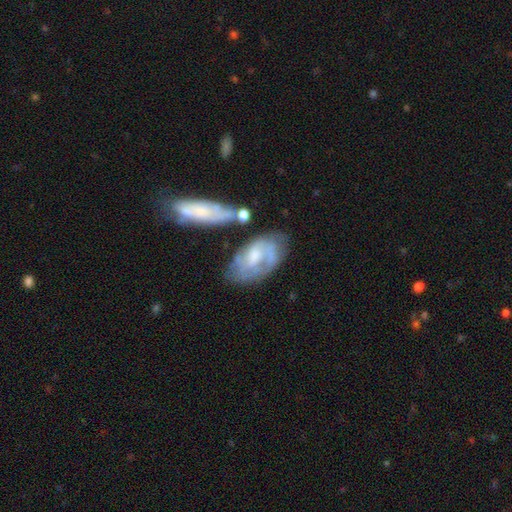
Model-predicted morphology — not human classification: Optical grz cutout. It shows a featured or disk galaxy (61%) with no bar (54%), spiral arms (68%) and a moderate central bulge (43%). Merging: none (46%).